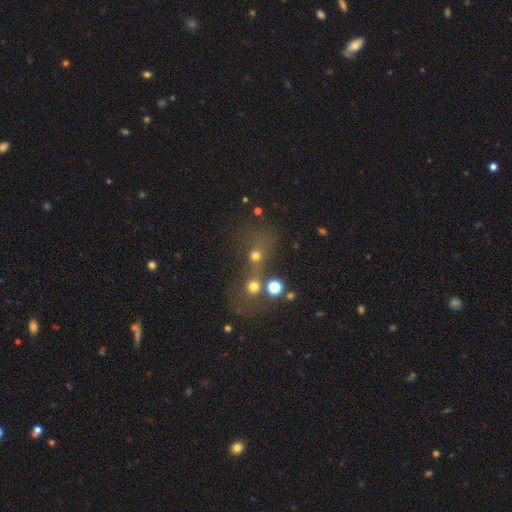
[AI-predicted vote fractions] This appears to be a smooth galaxy with no disk features (59%) that is round (77%). Merging: merger (46%).